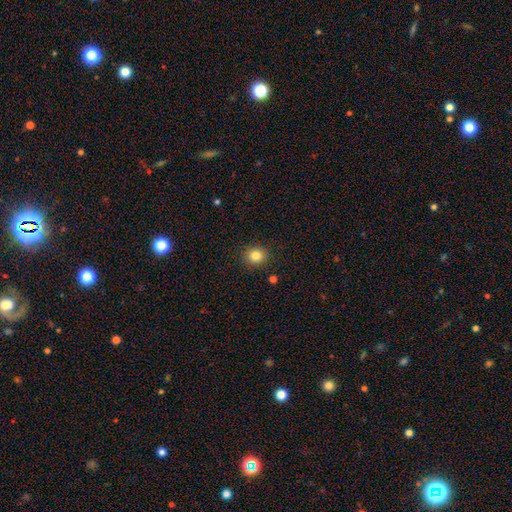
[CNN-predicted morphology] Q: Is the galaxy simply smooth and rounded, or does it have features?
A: smooth — 83%.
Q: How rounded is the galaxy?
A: round — 84%.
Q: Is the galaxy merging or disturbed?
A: none — 90%.